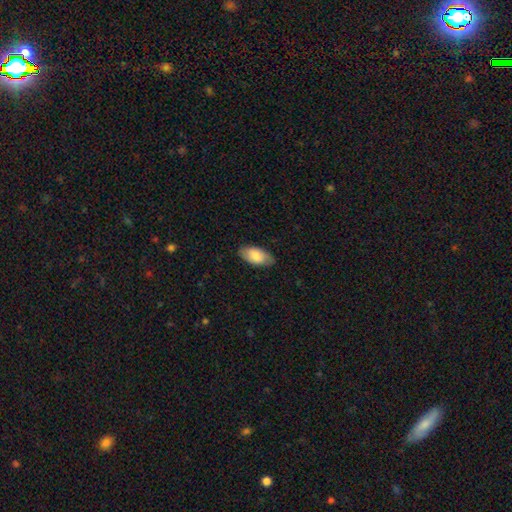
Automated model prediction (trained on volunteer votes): Smooth or featured?
  - smooth: 80% *
  - featured or disk: 14%
  - star or artifact: 6%
How rounded?
  - in between: 94% *
  - cigar-shaped: 3%
  - round: 2%
Merging?
  - none: 83% *
  - minor disturbance: 13%
  - major disturbance: 3%
  - merger: 1%